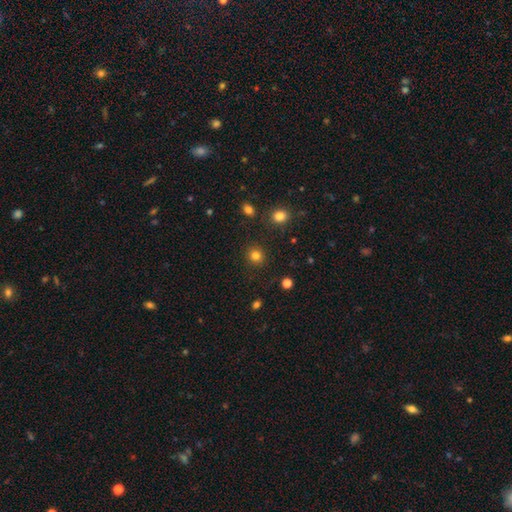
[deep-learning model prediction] A smooth galaxy with no disk features (82%) that is round (88%).

Vote fractions:
- Smooth or featured? smooth: 82% / star or artifact: 13% / featured or disk: 5%
- How rounded? round: 88% / in between: 11% / cigar-shaped: 1%
- Merging? none: 90% / minor disturbance: 6% / major disturbance: 2% / merger: 2%